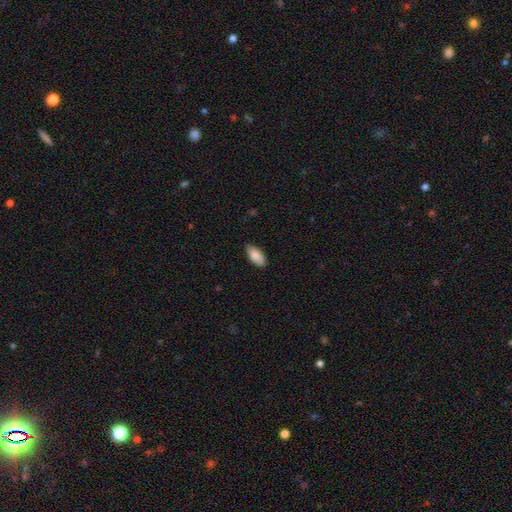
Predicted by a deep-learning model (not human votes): Smooth or featured? Predicted: smooth (p=0.88). How rounded? Predicted: in between (p=0.91). Merging? Predicted: none (p=0.86).